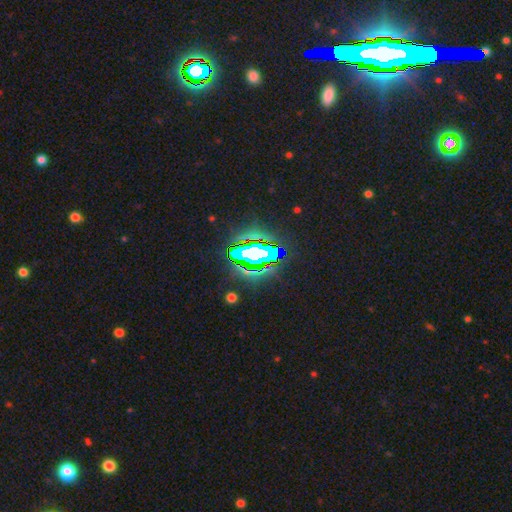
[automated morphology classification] smooth-or-featured: star or artifact: 65% | featured or disk: 19% | smooth: 16%